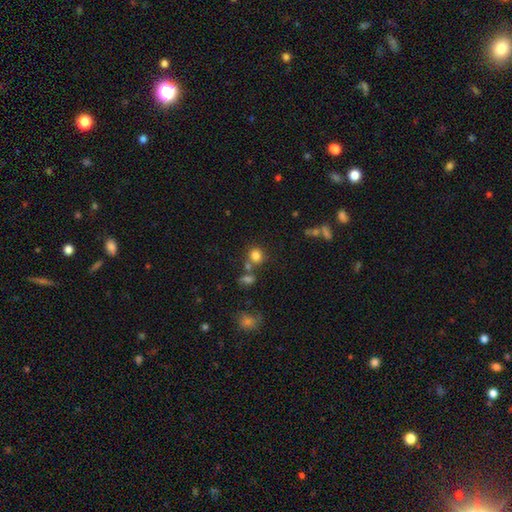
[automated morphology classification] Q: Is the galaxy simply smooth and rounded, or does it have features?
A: smooth — 80%.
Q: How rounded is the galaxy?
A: round — 82%.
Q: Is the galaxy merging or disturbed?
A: none — 64%.